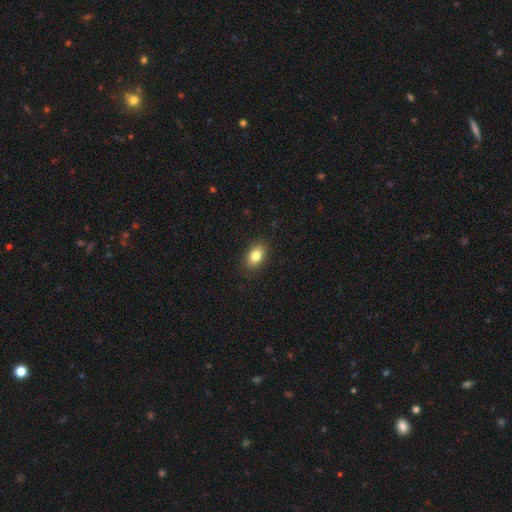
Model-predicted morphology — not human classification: smooth_or_featured: smooth (p=0.82) [alt: featured or disk p=0.10]
how_rounded: in between (p=0.81) [alt: round p=0.17]
merging: none (p=0.88) [alt: minor disturbance p=0.09]